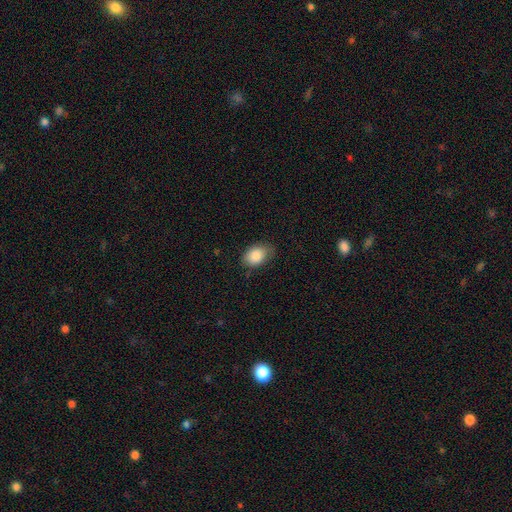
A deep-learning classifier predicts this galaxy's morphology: Smooth or featured?
  - smooth: 87% *
  - star or artifact: 7%
  - featured or disk: 6%
How rounded?
  - in between: 83% *
  - round: 16%
  - cigar-shaped: 1%
Merging?
  - none: 71% *
  - minor disturbance: 23%
  - major disturbance: 5%
  - merger: 1%